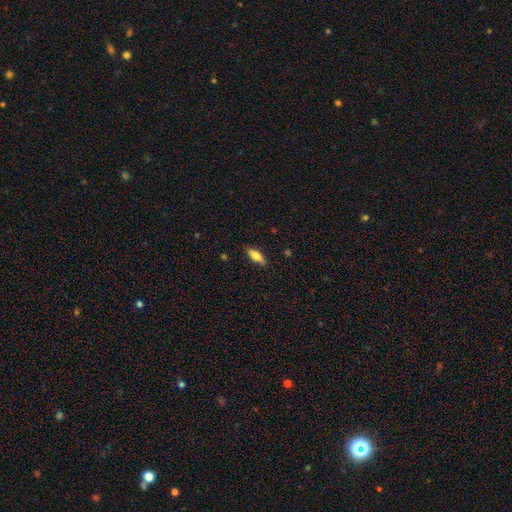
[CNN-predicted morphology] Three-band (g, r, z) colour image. It shows a smooth galaxy with no disk features (74%) that is in between round and cigar-shaped (63%). Merging: none (85%).